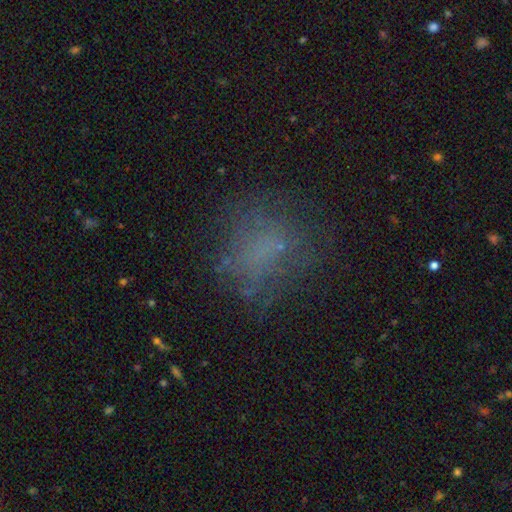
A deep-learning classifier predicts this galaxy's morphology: A smooth galaxy with no disk features (50%).

Vote fractions:
- Smooth or featured? smooth: 50% / featured or disk: 26% / star or artifact: 24%
- Merging? none: 62% / major disturbance: 19% / minor disturbance: 17% / merger: 2%